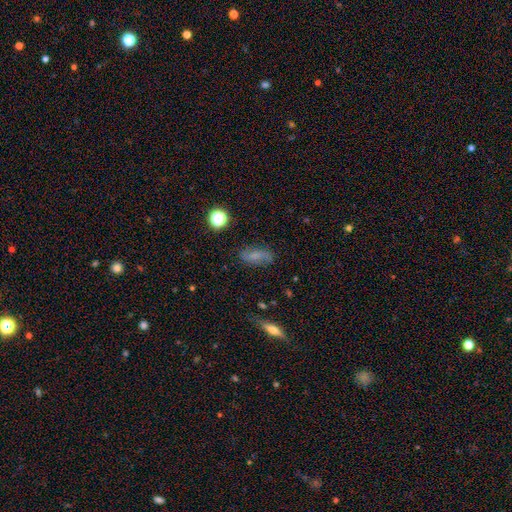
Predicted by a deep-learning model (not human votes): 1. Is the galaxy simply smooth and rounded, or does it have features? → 52% smooth, 35% featured or disk, 14% star or artifact.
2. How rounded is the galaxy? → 76% in between, 17% cigar-shaped, 7% round.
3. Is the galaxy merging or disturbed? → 71% none, 20% minor disturbance, 6% major disturbance, 2% merger.